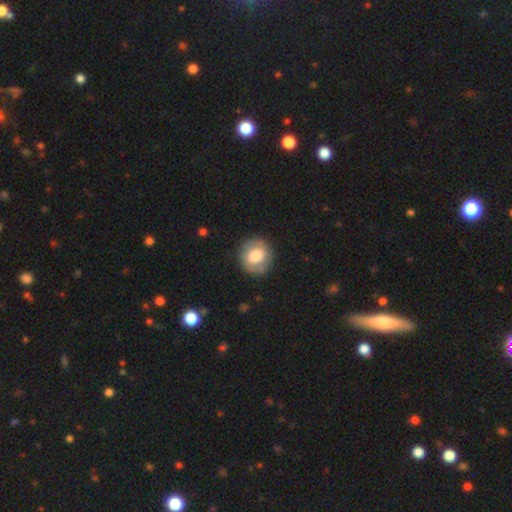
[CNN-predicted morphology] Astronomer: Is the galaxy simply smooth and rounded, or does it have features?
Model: smooth — 69%.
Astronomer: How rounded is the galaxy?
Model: round — 89%.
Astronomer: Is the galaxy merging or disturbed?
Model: none — 85%.